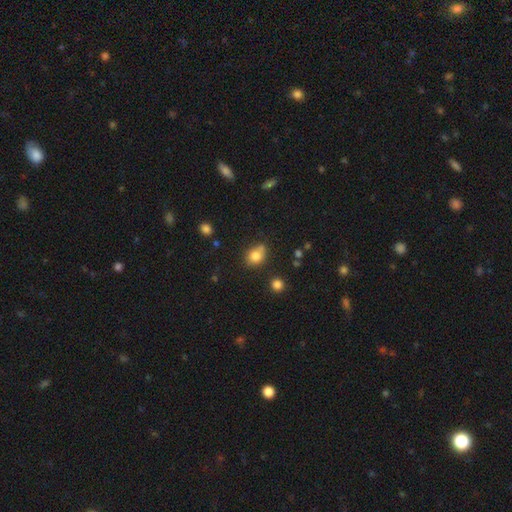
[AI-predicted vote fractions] smooth_or_featured: smooth (p=0.80) [alt: star or artifact p=0.11]
how_rounded: round (p=0.59) [alt: in between p=0.40]
merging: none (p=0.58) [alt: minor disturbance p=0.19]